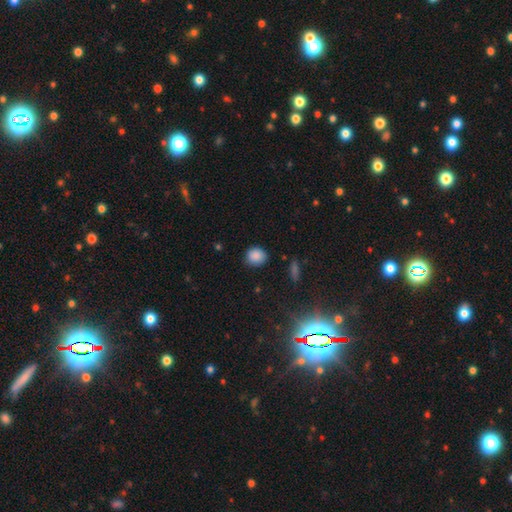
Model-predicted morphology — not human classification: Smooth or featured: smooth — 87% (star or artifact — 9%)
How rounded: round — 79% (in between — 20%)
Merging: none — 83% (minor disturbance — 12%)